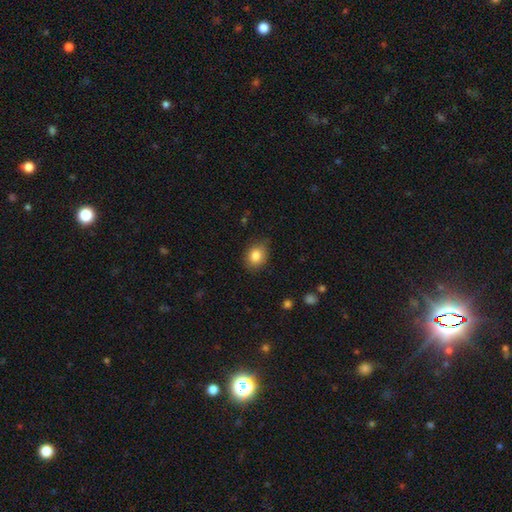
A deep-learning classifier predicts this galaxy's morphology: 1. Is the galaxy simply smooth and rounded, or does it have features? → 84% smooth, 9% star or artifact, 7% featured or disk.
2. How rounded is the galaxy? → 50% in between, 49% round, 1% cigar-shaped.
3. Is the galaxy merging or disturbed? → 79% none, 17% minor disturbance, 3% major disturbance, 1% merger.